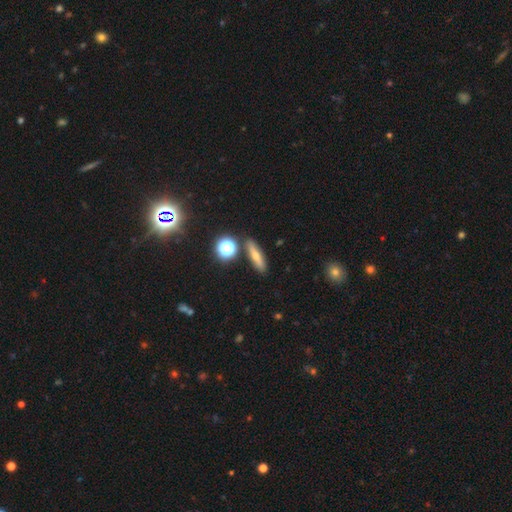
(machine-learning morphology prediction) Smooth or featured? smooth (45%)
Merging? none (85%)